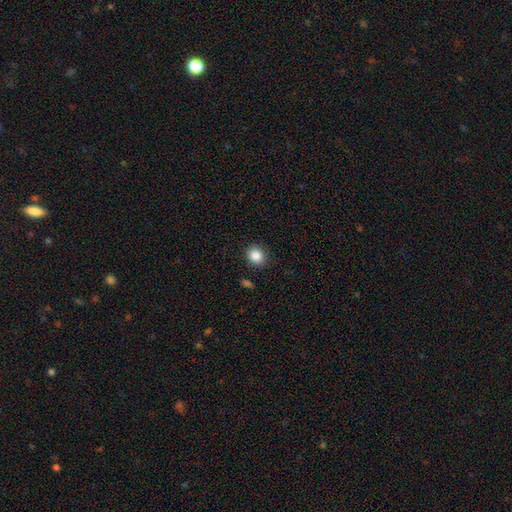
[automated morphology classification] Smooth or featured? smooth (85%)
How rounded? round (74%)
Merging? none (89%)